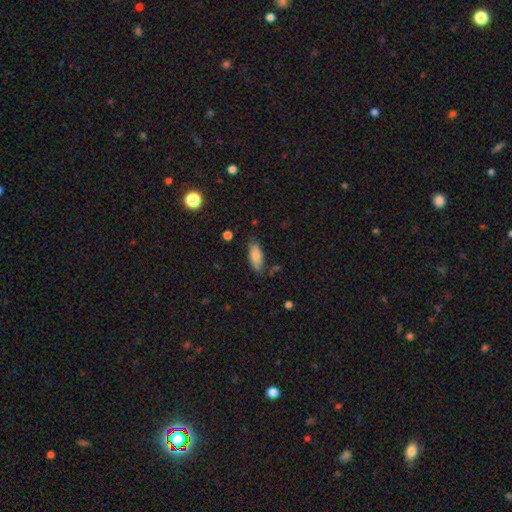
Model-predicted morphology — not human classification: smooth_or_featured: smooth (p=0.82) [alt: featured or disk p=0.11]
how_rounded: in between (p=0.78) [alt: cigar-shaped p=0.20]
merging: none (p=0.76) [alt: minor disturbance p=0.17]